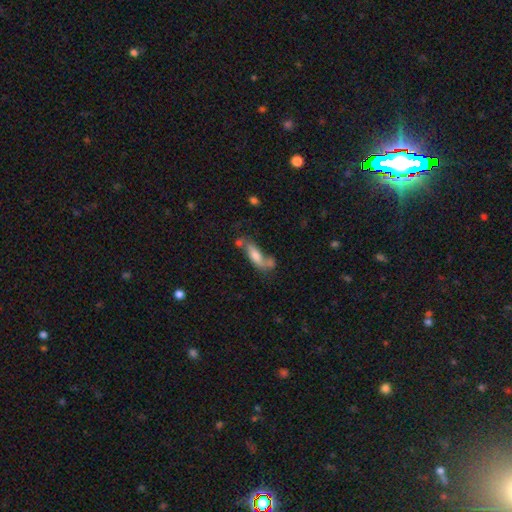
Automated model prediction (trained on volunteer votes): A smooth galaxy with no disk features (65%) that is in between round and cigar-shaped (51%).

Vote fractions:
- Smooth or featured? smooth: 65% / featured or disk: 26% / star or artifact: 9%
- How rounded? in between: 51% / cigar-shaped: 45% / round: 3%
- Merging? none: 40% / merger: 30% / minor disturbance: 19% / major disturbance: 11%